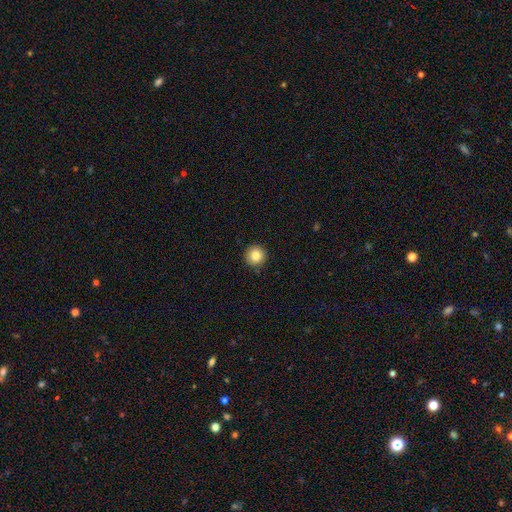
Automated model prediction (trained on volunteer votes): Overall: smooth (83%). How rounded: round (96%). Merging: none (91%).